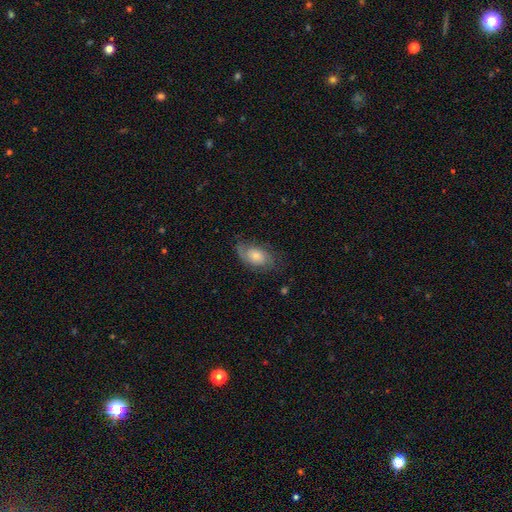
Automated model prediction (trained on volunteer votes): smooth-or-featured: featured or disk: 60% | smooth: 32% | star or artifact: 8%
  disk-edge-on: no: 94% | yes: 6%
    bar: no: 75% | weak: 22% | strong: 3%
    has-spiral-arms: yes: 88% | no: 12%
    bulge-size: moderate: 50% | small: 35% | large: 10% | none: 4% | dominant: 2%
  merging: none: 68% | minor disturbance: 21% | major disturbance: 10% | merger: 1%